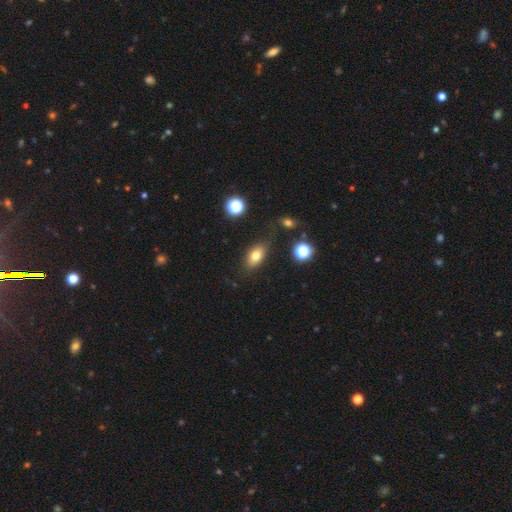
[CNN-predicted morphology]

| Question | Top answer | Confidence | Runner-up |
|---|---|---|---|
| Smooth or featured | smooth | 76% | featured or disk (13%) |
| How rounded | in between | 84% | round (12%) |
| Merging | none | 79% | minor disturbance (14%) |